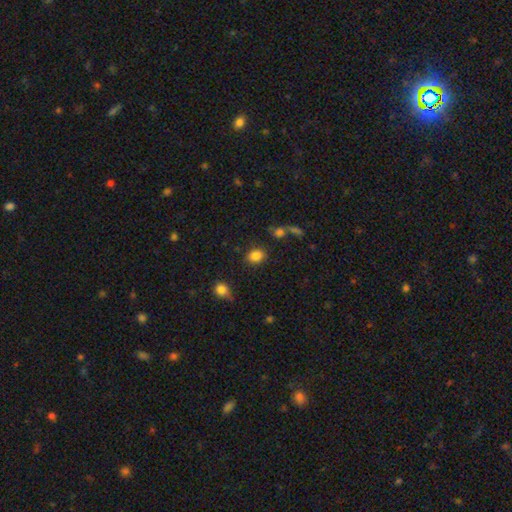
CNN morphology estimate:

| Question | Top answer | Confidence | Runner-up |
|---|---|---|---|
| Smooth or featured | smooth | 84% | star or artifact (11%) |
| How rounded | in between | 55% | round (44%) |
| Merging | none | 81% | minor disturbance (11%) |